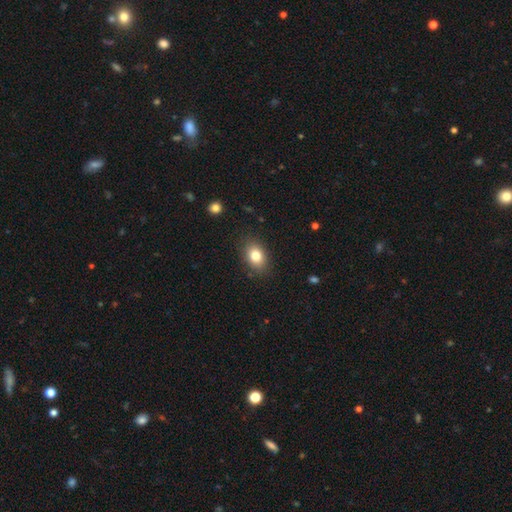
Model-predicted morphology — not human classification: type=smooth (79%); roundness=in between (73%); merging=none (85%).